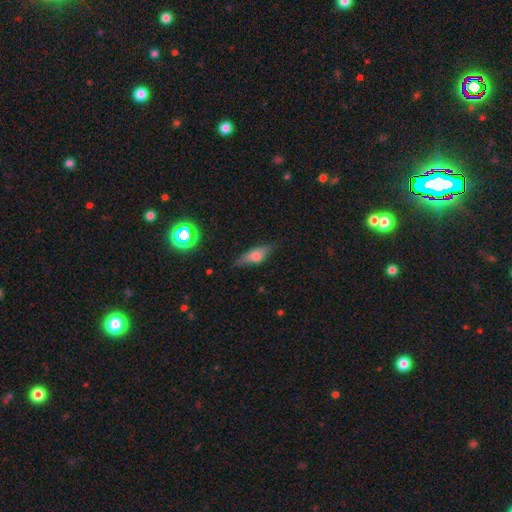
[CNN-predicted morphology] Smooth or featured: smooth — 60% (featured or disk — 31%)
How rounded: in between — 62% (cigar-shaped — 35%)
Merging: none — 72% (minor disturbance — 21%)